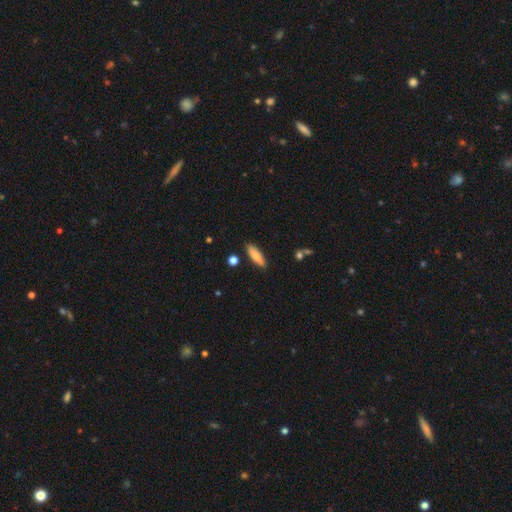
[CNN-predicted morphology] This appears to be a smooth galaxy with no disk features (78%) that is cigar-shaped (57%). Merging: none (85%).